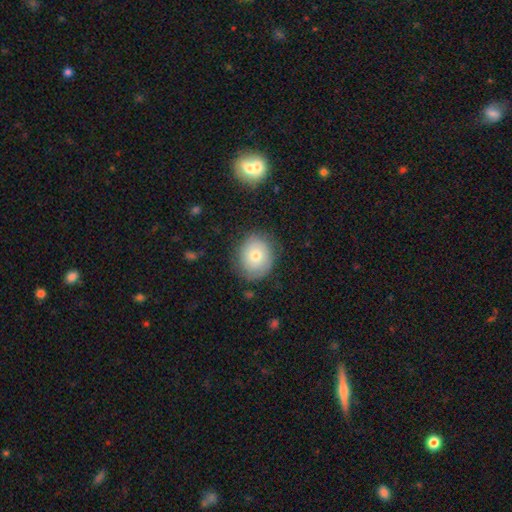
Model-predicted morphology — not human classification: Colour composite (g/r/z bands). It shows a smooth galaxy with no disk features (64%) that is round (71%). Merging: none (79%).